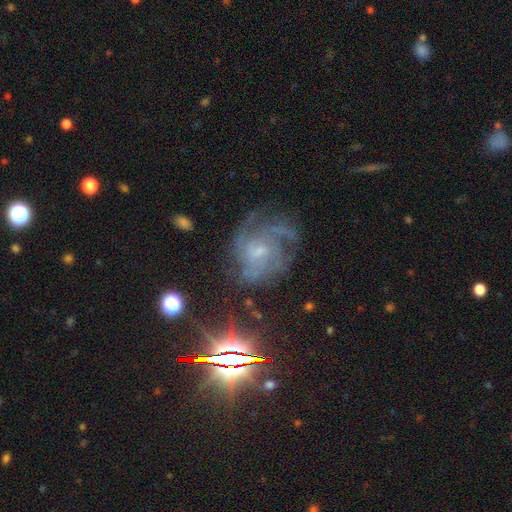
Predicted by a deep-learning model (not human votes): The model was most divided on "spiral arm count": can't tell: 28%, 3: 27%, 4: 20%, 2: 11%, more than 4: 8%, 1: 6%. Remaining: edge-on disk — no (97%); spiral arms — yes (93%); smooth or featured — featured or disk (70%); bar — no (66%); merging — none (64%); bulge size — small (59%); spiral winding — tight (46%).